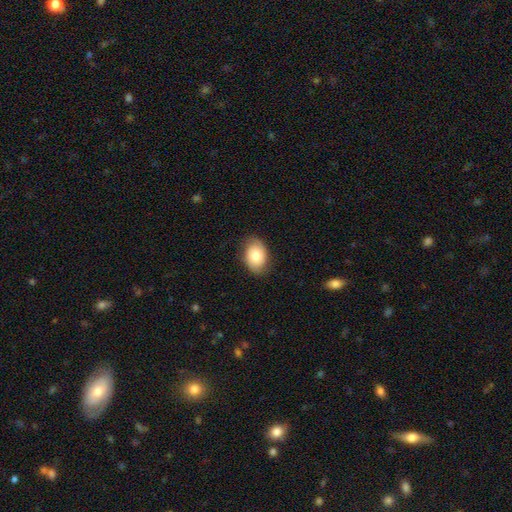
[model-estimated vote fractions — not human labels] Smooth or featured?
  - smooth: 77% *
  - featured or disk: 16%
  - star or artifact: 7%
How rounded?
  - in between: 80% *
  - round: 19%
  - cigar-shaped: 1%
Merging?
  - none: 79% *
  - minor disturbance: 16%
  - major disturbance: 4%
  - merger: 1%